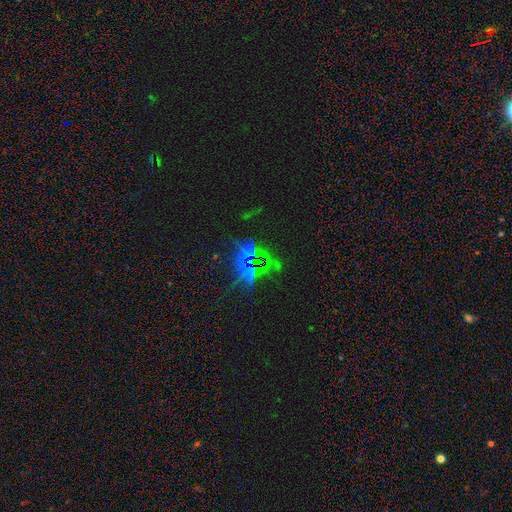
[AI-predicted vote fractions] star or artifact 76%, featured or disk 13%, smooth 11%.